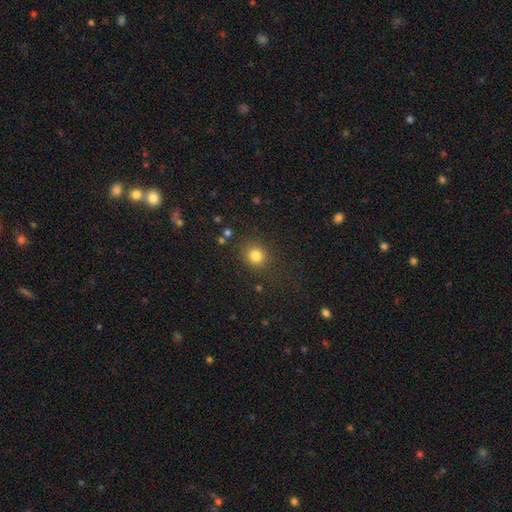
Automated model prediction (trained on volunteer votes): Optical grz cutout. It shows a smooth galaxy with no disk features (83%) that is round (85%). Merging: none (84%).